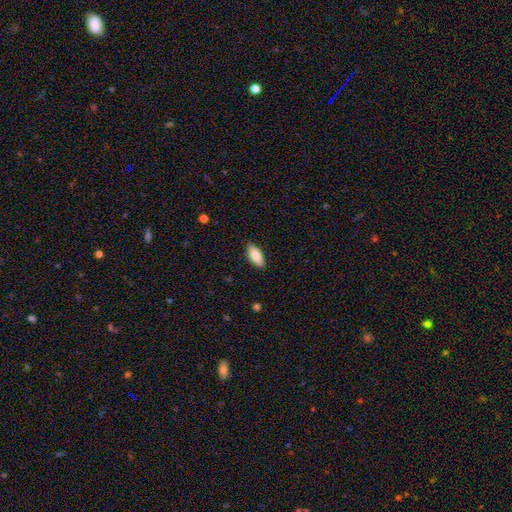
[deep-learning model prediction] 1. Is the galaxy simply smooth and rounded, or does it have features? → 83% smooth, 11% featured or disk, 6% star or artifact.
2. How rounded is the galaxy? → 83% in between, 15% cigar-shaped, 2% round.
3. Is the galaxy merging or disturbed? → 88% none, 9% minor disturbance, 2% major disturbance, 1% merger.